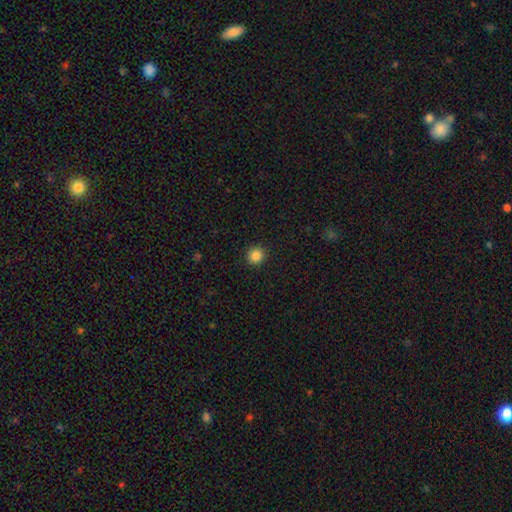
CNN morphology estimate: The model was most divided on "smooth or featured": smooth: 86%, star or artifact: 11%, featured or disk: 3%. More confident: how rounded — round (92%); merging — none (92%).